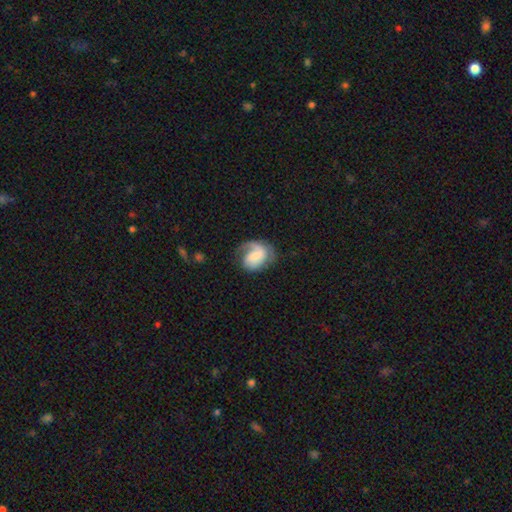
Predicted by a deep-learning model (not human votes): smooth-or-featured: featured or disk: 70% | smooth: 24% | star or artifact: 6%
  disk-edge-on: no: 98% | yes: 2%
    bar: no: 46% | weak: 42% | strong: 12%
    has-spiral-arms: yes: 92% | no: 8%
      spiral-winding: medium: 42% | tight: 32% | loose: 26%
      spiral-arm-count: 1: 58% | 2: 32% | can't tell: 6% | 3: 2% | 4: 1% | more than 4: 1%
    bulge-size: small: 42% | moderate: 35% | none: 12% | large: 9% | dominant: 2%
  merging: none: 54% | minor disturbance: 23% | major disturbance: 21% | merger: 2%